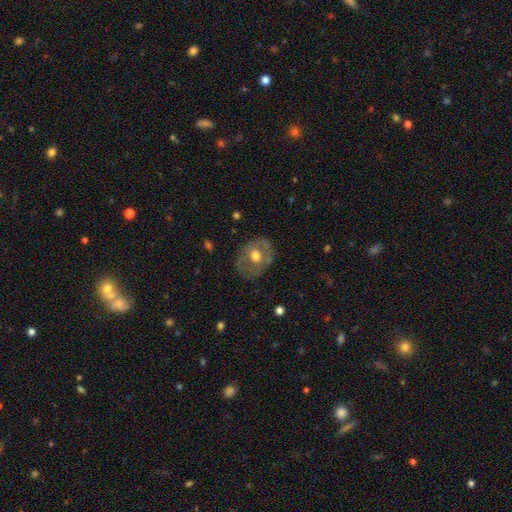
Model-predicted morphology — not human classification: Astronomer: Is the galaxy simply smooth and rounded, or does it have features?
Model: smooth — 48% (runner-up: featured or disk, 45%).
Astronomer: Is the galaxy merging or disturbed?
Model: none — 71%.